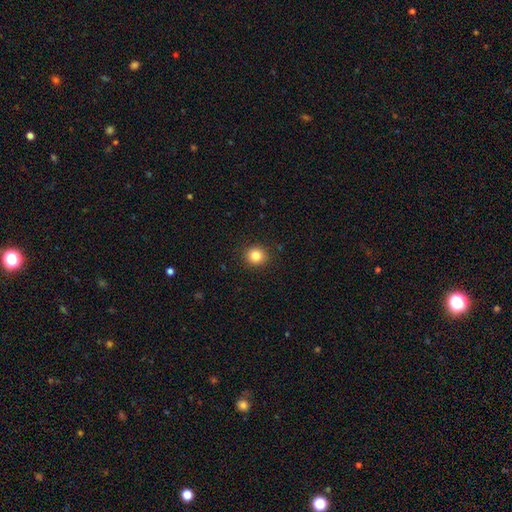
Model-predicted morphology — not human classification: Overall: smooth (83%). How rounded: round (90%). Merging: none (91%).